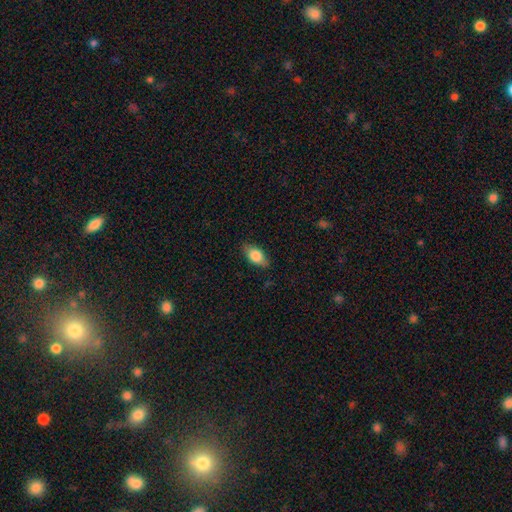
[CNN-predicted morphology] smooth 77%, featured or disk 16%, star or artifact 7%. Down the decision tree: how rounded — in between (86%); merging — none (83%).